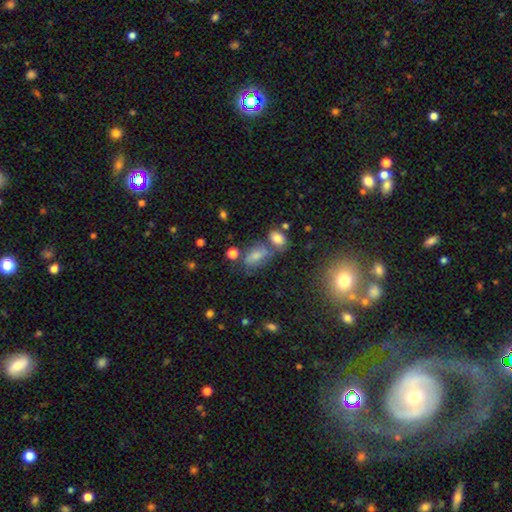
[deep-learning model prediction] Smooth or featured?
  - smooth: 61% *
  - featured or disk: 23%
  - star or artifact: 16%
How rounded?
  - in between: 83% *
  - round: 12%
  - cigar-shaped: 5%
Merging?
  - none: 44% *
  - merger: 24%
  - minor disturbance: 21%
  - major disturbance: 11%